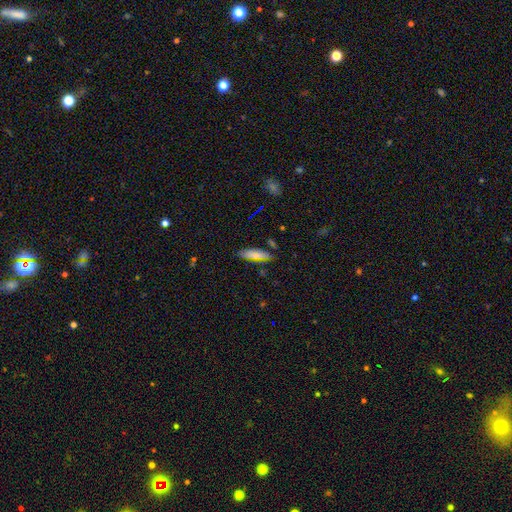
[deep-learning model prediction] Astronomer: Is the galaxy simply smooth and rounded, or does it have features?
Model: smooth — 72%.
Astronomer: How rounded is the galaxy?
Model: cigar-shaped — 64%.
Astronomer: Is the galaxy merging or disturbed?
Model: none — 81%.